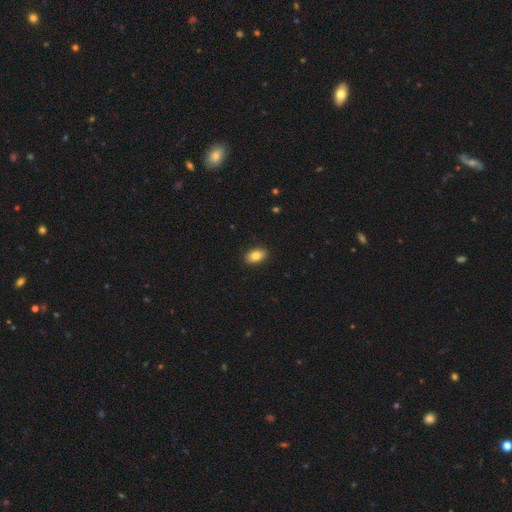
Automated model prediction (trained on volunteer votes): smooth 83%, featured or disk 9%, star or artifact 8%. Down the decision tree: how rounded — in between (88%); merging — none (90%).